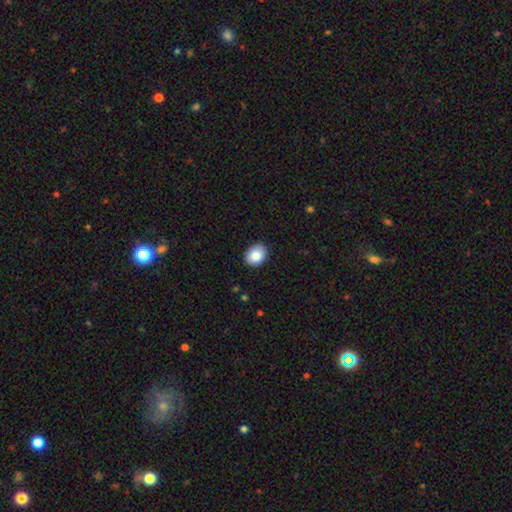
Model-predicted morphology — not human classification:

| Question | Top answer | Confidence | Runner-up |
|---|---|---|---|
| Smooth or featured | smooth | 86% | star or artifact (8%) |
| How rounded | in between | 61% | round (38%) |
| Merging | none | 87% | minor disturbance (10%) |